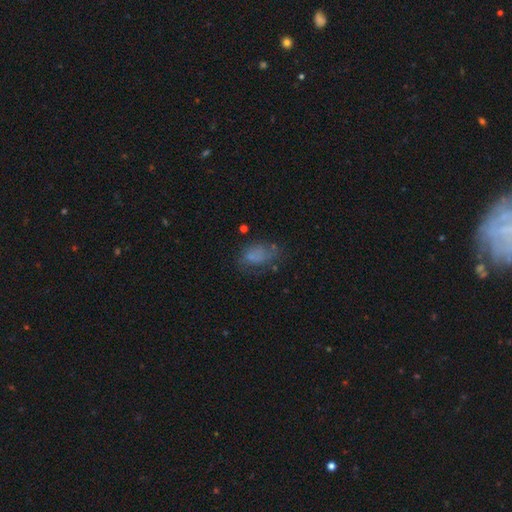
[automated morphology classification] smooth 63%, featured or disk 22%, star or artifact 16%. Down the decision tree: how rounded — in between (85%); merging — none (46%).